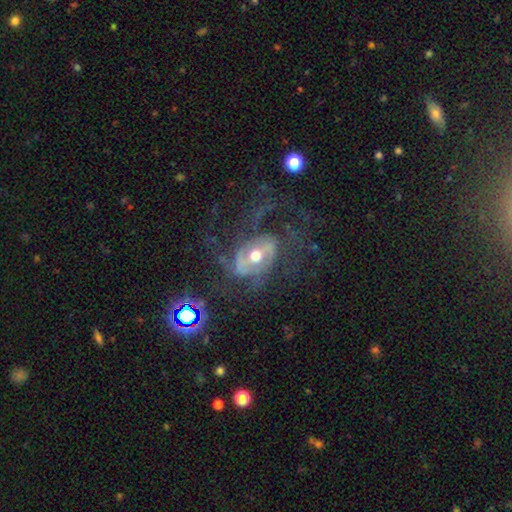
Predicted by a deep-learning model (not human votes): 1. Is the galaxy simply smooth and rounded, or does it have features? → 78% featured or disk, 14% smooth, 8% star or artifact.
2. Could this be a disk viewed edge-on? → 94% no, 6% yes.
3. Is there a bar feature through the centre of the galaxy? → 41% no, 33% weak, 26% strong.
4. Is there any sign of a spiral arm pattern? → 71% yes, 29% no.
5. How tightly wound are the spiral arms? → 40% medium, 35% loose, 25% tight.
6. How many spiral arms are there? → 56% 2, 22% can't tell, 7% 1, 7% 3, 4% 4, 4% more than 4.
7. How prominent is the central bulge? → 75% moderate, 13% small, 9% large, 1% dominant, 1% none.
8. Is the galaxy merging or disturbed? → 54% none, 26% major disturbance, 18% minor disturbance, 3% merger.